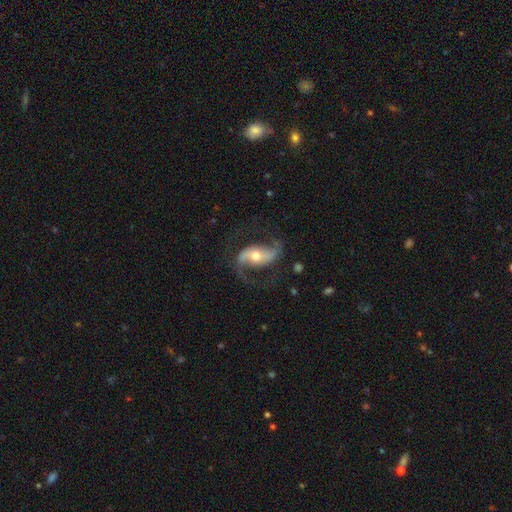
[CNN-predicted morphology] Smooth or featured? featured or disk (86%)
Edge-on disk? no (96%)
Bar? strong (37%)
Spiral arms? yes (96%)
Spiral winding? loose (56%)
Spiral arm count? 2 (92%)
Bulge size? moderate (63%)
Merging? none (72%)